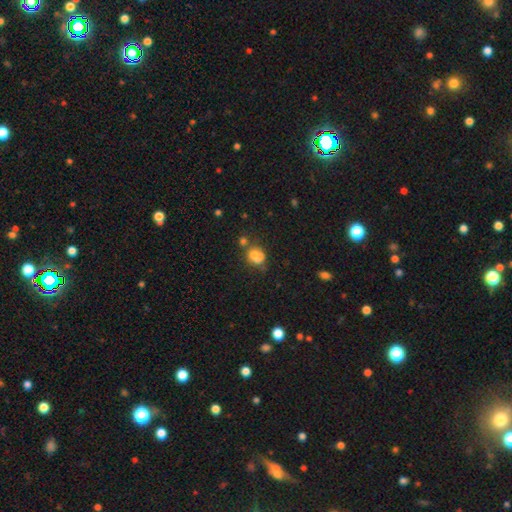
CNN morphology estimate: smooth-or-featured: smooth: 62% | featured or disk: 23% | star or artifact: 15%
  how-rounded: round: 69% | in between: 30% | cigar-shaped: 1%
  merging: merger: 51% | none: 32% | minor disturbance: 10% | major disturbance: 7%